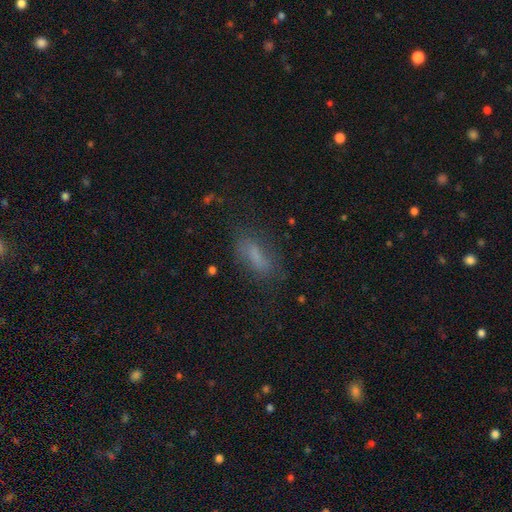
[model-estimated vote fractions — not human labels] This appears to be a smooth galaxy with no disk features (65%) that is in between round and cigar-shaped (60%). Merging: none (67%).